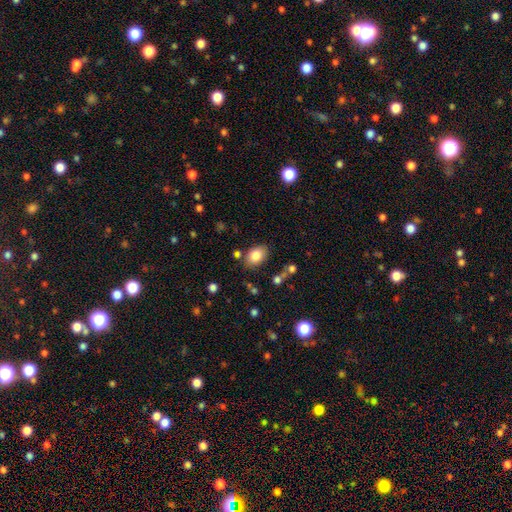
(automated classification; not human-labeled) Overall: smooth (82%). How rounded: in between (77%). Merging: none (77%).